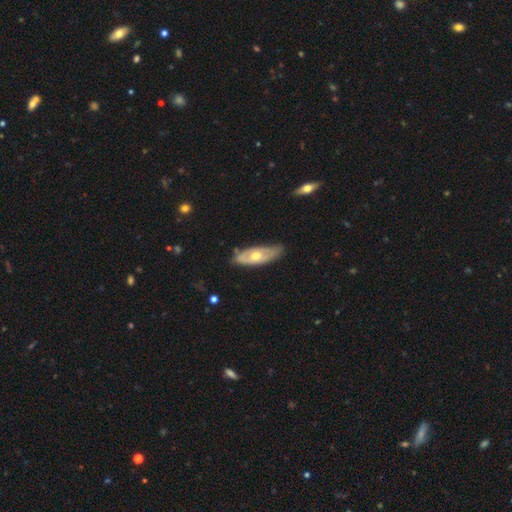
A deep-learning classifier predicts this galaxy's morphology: Smooth or featured: featured or disk — 54% (smooth — 41%)
Edge-on disk: no — 70% (yes — 30%)
Merging: none — 67% (minor disturbance — 26%)